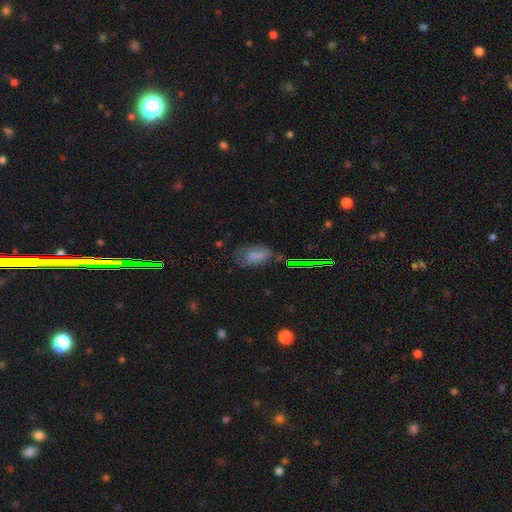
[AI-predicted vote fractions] Smooth or featured?
  - smooth: 62% *
  - featured or disk: 22%
  - star or artifact: 17%
How rounded?
  - in between: 88% *
  - round: 7%
  - cigar-shaped: 4%
Merging?
  - none: 48% *
  - minor disturbance: 30%
  - major disturbance: 18%
  - merger: 3%